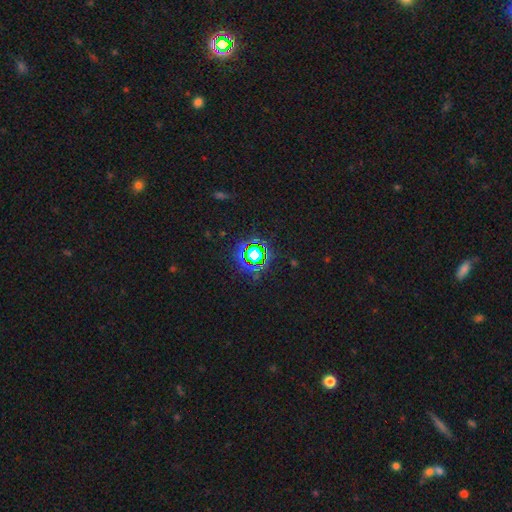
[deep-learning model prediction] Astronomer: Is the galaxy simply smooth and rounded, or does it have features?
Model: star or artifact — 72%.